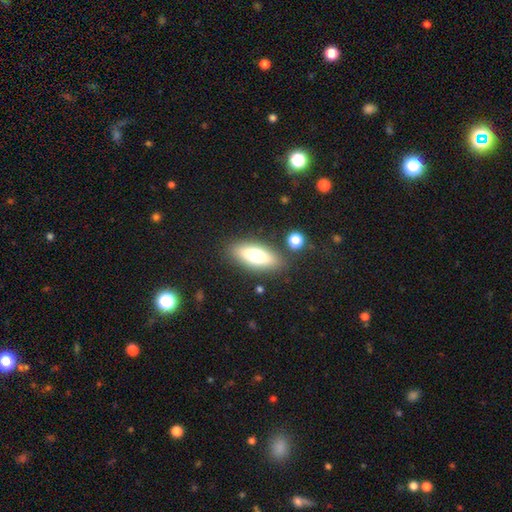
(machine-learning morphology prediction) A smooth galaxy with no disk features (66%) that is in between round and cigar-shaped (66%).

Vote fractions:
- Smooth or featured? smooth: 66% / featured or disk: 26% / star or artifact: 8%
- How rounded? in between: 66% / cigar-shaped: 32% / round: 3%
- Merging? none: 83% / minor disturbance: 10% / merger: 4% / major disturbance: 3%